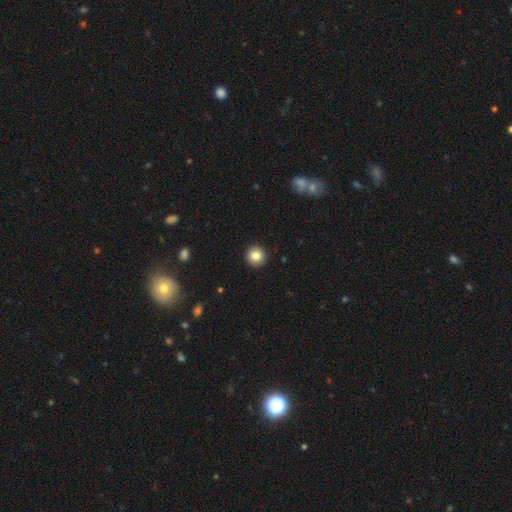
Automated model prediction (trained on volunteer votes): smooth_or_featured: smooth (p=0.84) [alt: star or artifact p=0.10]
how_rounded: round (p=0.95) [alt: in between p=0.04]
merging: none (p=0.93) [alt: minor disturbance p=0.04]